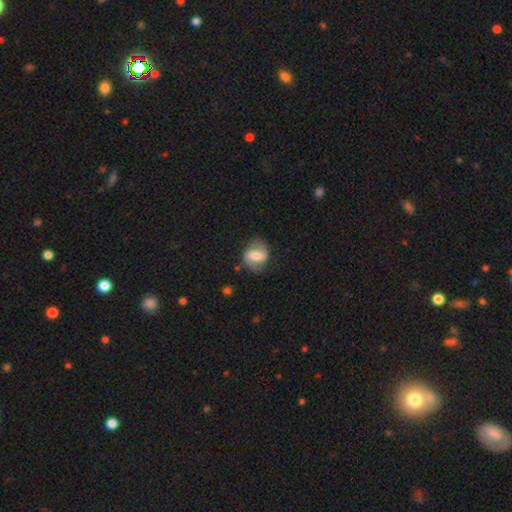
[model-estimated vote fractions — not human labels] A smooth galaxy with no disk features (57%) that is in between round and cigar-shaped (53%).

Vote fractions:
- Smooth or featured? smooth: 57% / featured or disk: 36% / star or artifact: 7%
- How rounded? in between: 53% / round: 45% / cigar-shaped: 2%
- Merging? none: 70% / minor disturbance: 20% / major disturbance: 8% / merger: 2%